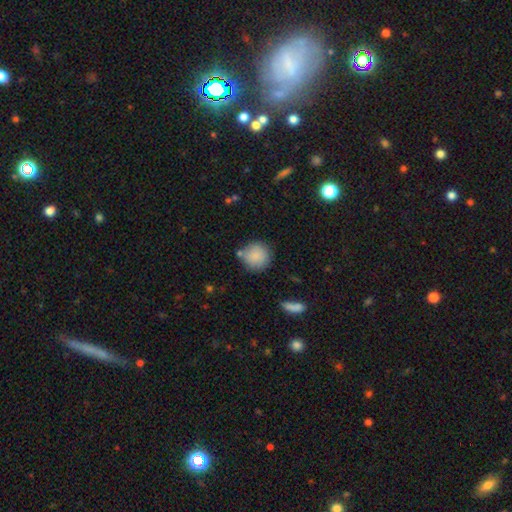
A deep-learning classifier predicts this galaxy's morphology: smooth-or-featured: smooth: 86% | star or artifact: 8% | featured or disk: 6%
  how-rounded: round: 93% | in between: 6% | cigar-shaped: 1%
  merging: none: 76% | minor disturbance: 12% | merger: 8% | major disturbance: 4%